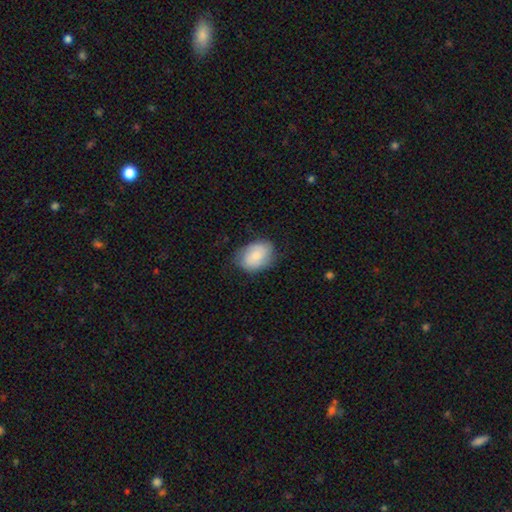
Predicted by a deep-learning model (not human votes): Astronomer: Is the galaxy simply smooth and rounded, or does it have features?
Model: smooth — 74%.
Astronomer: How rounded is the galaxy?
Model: in between — 80%.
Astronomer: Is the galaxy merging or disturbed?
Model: none — 71%.